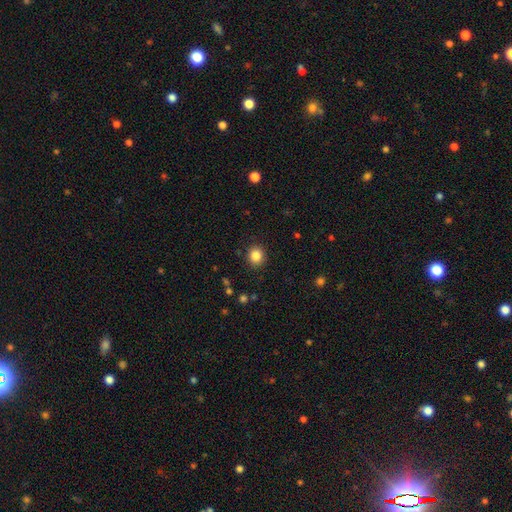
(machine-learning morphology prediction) type=smooth (85%); roundness=round (83%); merging=none (90%).